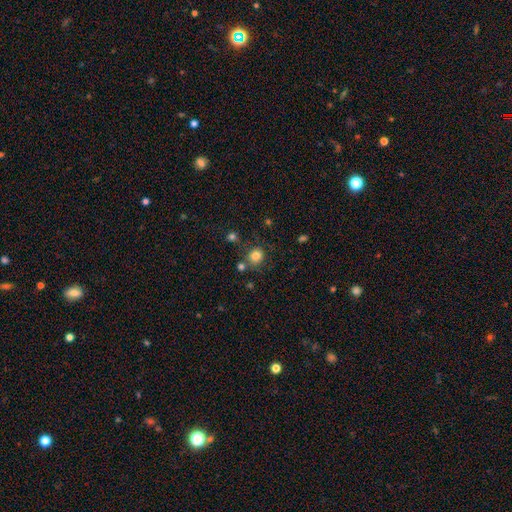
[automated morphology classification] type=smooth (81%); roundness=round (84%); merging=none (75%).